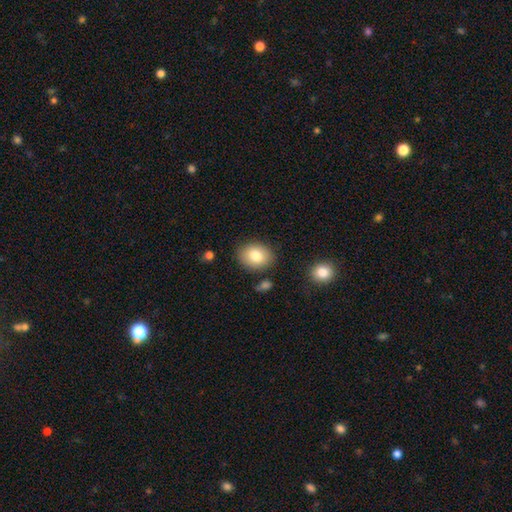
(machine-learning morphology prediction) The model was most divided on "how rounded": in between: 55%, round: 44%, cigar-shaped: 1%. More confident: merging — none (84%); smooth or featured — smooth (81%).